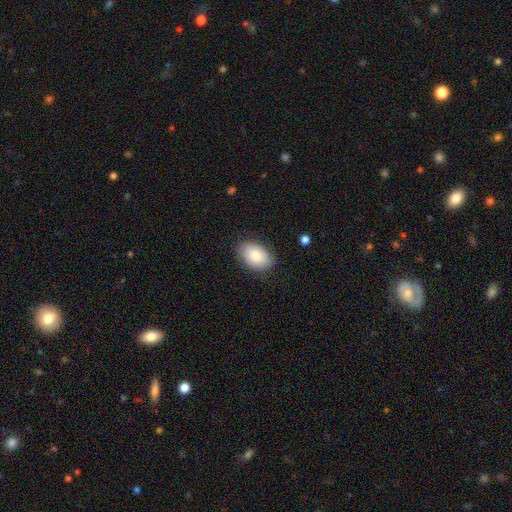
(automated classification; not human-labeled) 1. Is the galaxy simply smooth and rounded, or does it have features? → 85% smooth, 9% featured or disk, 6% star or artifact.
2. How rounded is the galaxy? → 89% in between, 10% round, 1% cigar-shaped.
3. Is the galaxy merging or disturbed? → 84% none, 12% minor disturbance, 3% major disturbance, 1% merger.